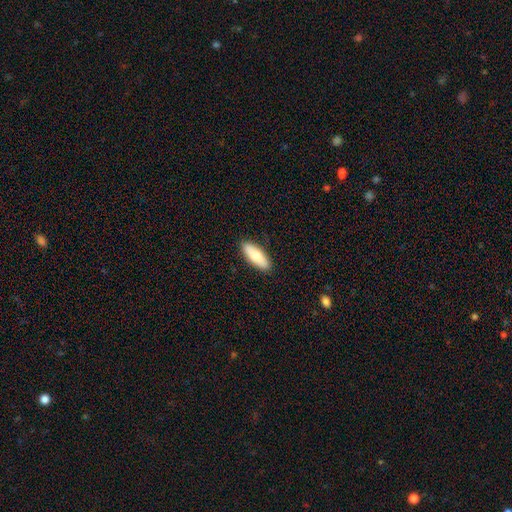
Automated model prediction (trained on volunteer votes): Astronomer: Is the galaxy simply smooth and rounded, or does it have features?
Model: smooth — 78%.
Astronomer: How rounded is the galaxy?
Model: in between — 66%.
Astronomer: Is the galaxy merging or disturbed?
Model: none — 90%.